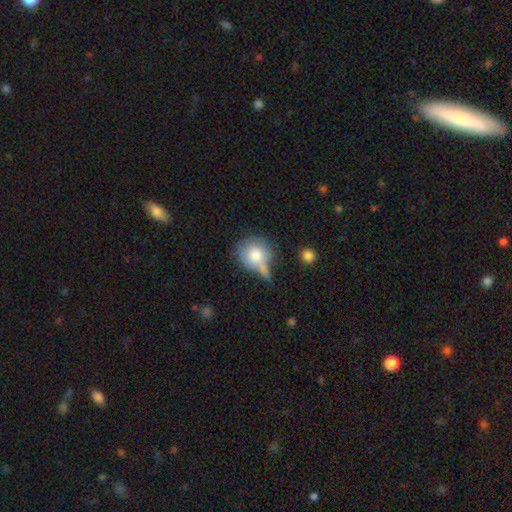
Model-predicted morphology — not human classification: A smooth galaxy with no disk features (76%) that is round (82%).

Vote fractions:
- Smooth or featured? smooth: 76% / featured or disk: 16% / star or artifact: 8%
- How rounded? round: 82% / in between: 17% / cigar-shaped: 2%
- Merging? none: 40% / minor disturbance: 25% / merger: 21% / major disturbance: 15%